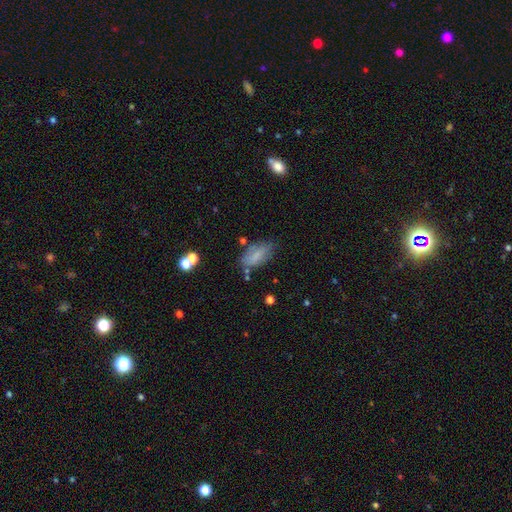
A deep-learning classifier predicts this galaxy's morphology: type=smooth (69%); roundness=in between (84%); merging=none (61%).